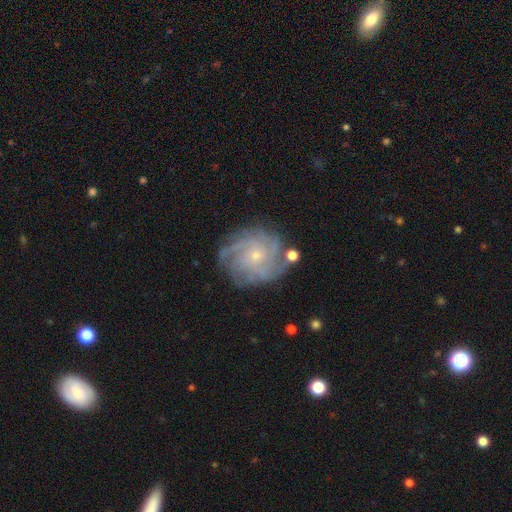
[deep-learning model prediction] smooth-or-featured: featured or disk: 82% | smooth: 10% | star or artifact: 7%
  disk-edge-on: no: 98% | yes: 2%
    bar: no: 76% | weak: 21% | strong: 3%
    has-spiral-arms: yes: 95% | no: 5%
      spiral-winding: tight: 60% | medium: 32% | loose: 9%
      spiral-arm-count: 4: 31% | can't tell: 25% | more than 4: 15% | 3: 15% | 2: 8% | 1: 7%
    bulge-size: small: 76% | moderate: 19% | none: 2% | large: 1% | dominant: 1%
  merging: none: 75% | minor disturbance: 16% | major disturbance: 6% | merger: 3%